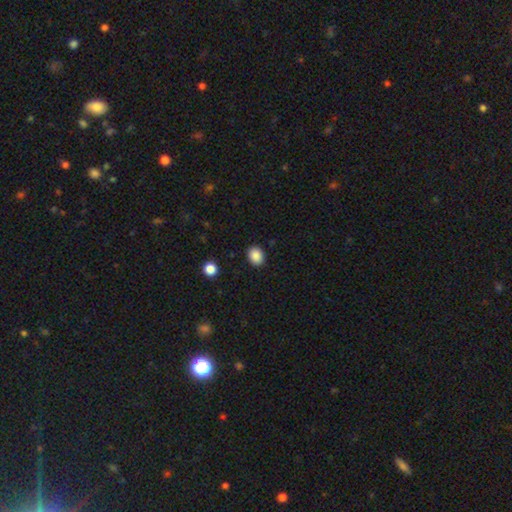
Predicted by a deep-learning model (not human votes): smooth 88%, star or artifact 9%, featured or disk 3%. Down the decision tree: how rounded — round (52%); merging — none (89%).